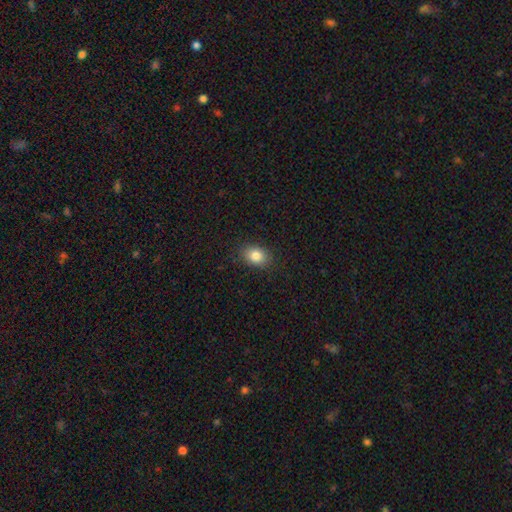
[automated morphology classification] Q: Smooth or featured?
A: smooth (84%); runner-up: star or artifact (9%)
Q: How rounded?
A: in between (68%); runner-up: round (30%)
Q: Merging?
A: none (87%); runner-up: minor disturbance (9%)